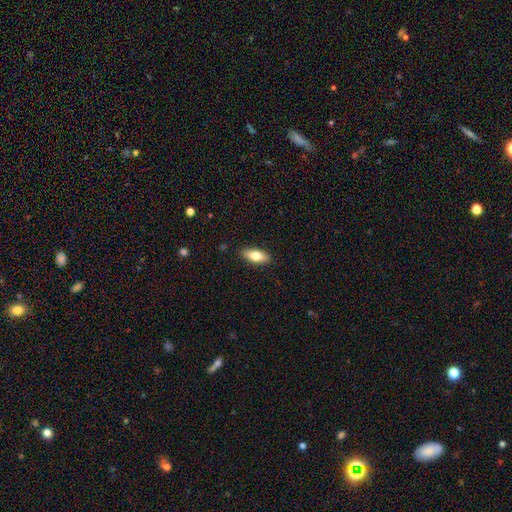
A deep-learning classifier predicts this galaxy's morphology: A smooth galaxy with no disk features (75%) that is in between round and cigar-shaped (81%).

Vote fractions:
- Smooth or featured? smooth: 75% / featured or disk: 19% / star or artifact: 6%
- How rounded? in between: 81% / cigar-shaped: 16% / round: 3%
- Merging? none: 89% / minor disturbance: 9% / major disturbance: 2% / merger: 1%